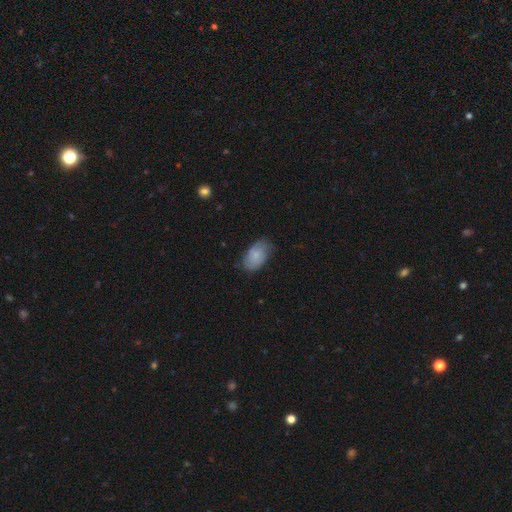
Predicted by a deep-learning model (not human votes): Smooth or featured? Predicted: smooth (p=0.75). How rounded? Predicted: in between (p=0.93). Merging? Predicted: none (p=0.68).